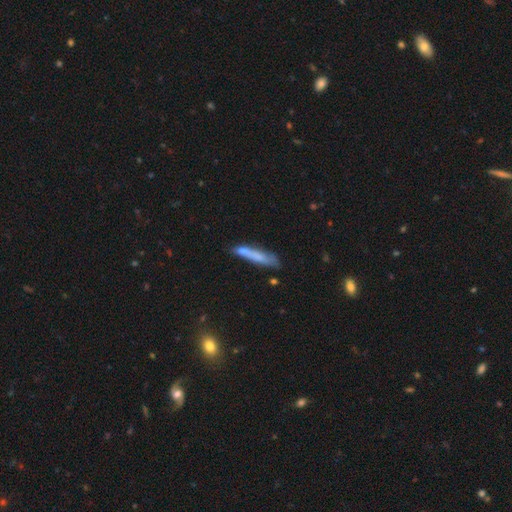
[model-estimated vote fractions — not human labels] A smooth galaxy with no disk features (69%) that is cigar-shaped (89%). Merging: none (59%).